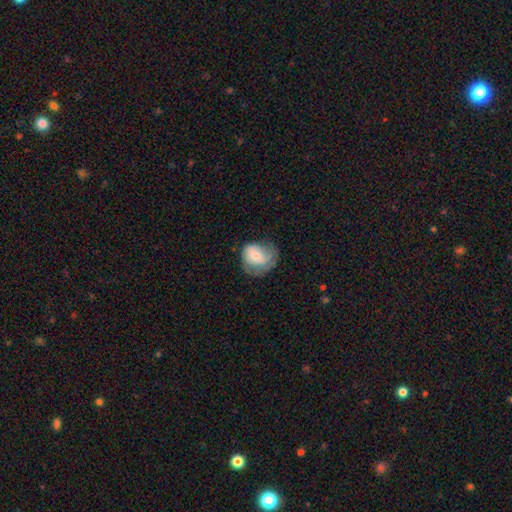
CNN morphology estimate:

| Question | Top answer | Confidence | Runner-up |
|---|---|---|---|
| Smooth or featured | smooth | 61% | featured or disk (32%) |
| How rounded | round | 62% | in between (37%) |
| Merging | none | 45% | minor disturbance (31%) |